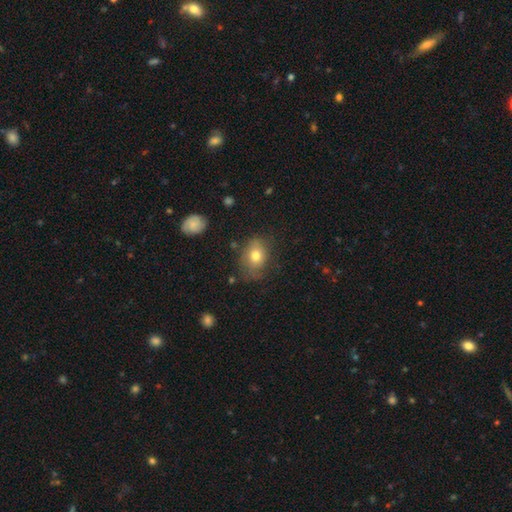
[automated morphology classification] Overall: smooth (74%). How rounded: in between (62%; round 37%). Merging: none (66%).